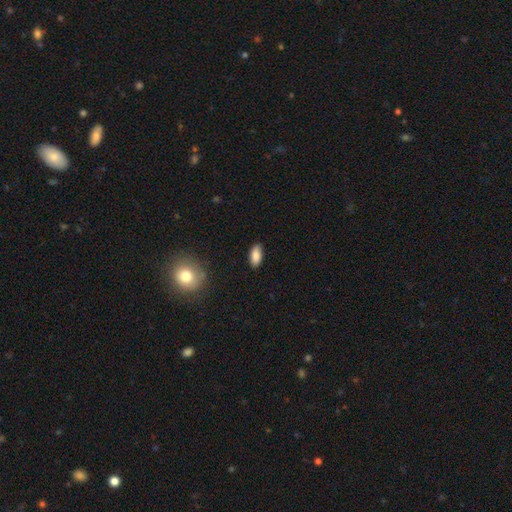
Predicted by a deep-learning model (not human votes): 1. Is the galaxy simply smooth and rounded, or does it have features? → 85% smooth, 8% featured or disk, 8% star or artifact.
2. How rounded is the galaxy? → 90% in between, 7% cigar-shaped, 3% round.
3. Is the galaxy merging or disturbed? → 84% none, 13% minor disturbance, 2% major disturbance, 1% merger.